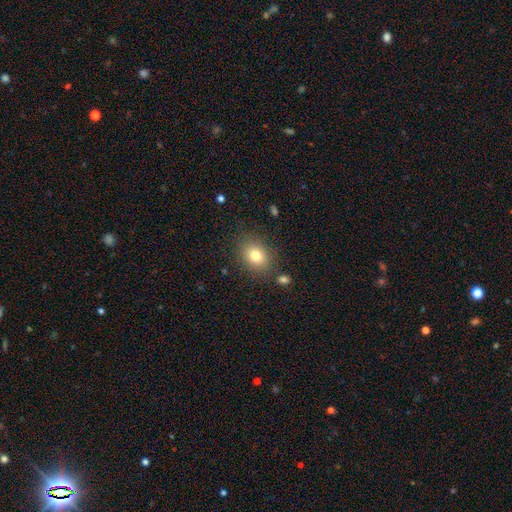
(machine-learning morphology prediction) A smooth galaxy with no disk features (78%) that is in between round and cigar-shaped (54%).

Vote fractions:
- Smooth or featured? smooth: 78% / star or artifact: 11% / featured or disk: 10%
- How rounded? in between: 54% / round: 45% / cigar-shaped: 1%
- Merging? none: 82% / minor disturbance: 11% / major disturbance: 4% / merger: 3%